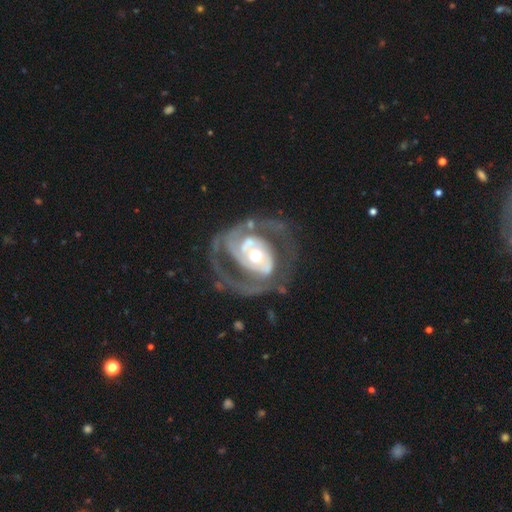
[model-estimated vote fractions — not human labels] featured or disk 89%, smooth 7%, star or artifact 4%. Down the decision tree: edge-on disk — no (97%); bar — no (55%); spiral arms — yes (89%); spiral arm count — 2 (69%); spiral winding — medium (46%); bulge size — moderate (69%); merging — none (59%).